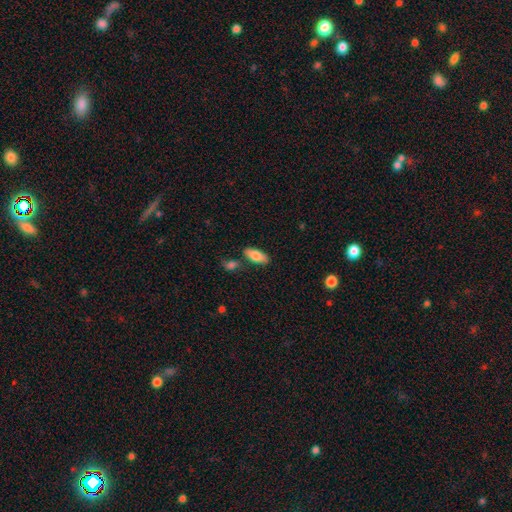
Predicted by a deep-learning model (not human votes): Smooth or featured? Predicted: smooth (p=0.81). How rounded? Predicted: in between (p=0.84). Merging? Predicted: none (p=0.77).